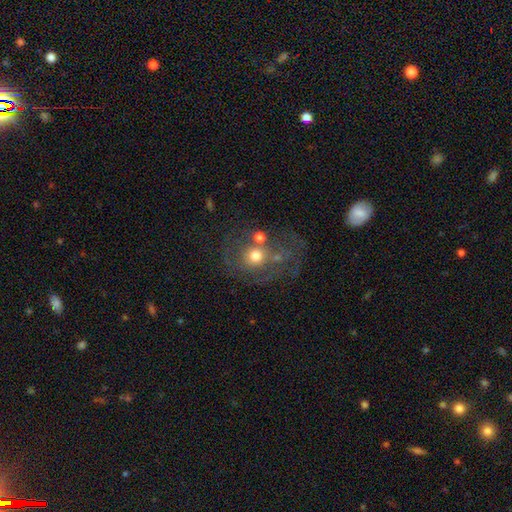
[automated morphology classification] type=smooth (46%); merging=none (50%).